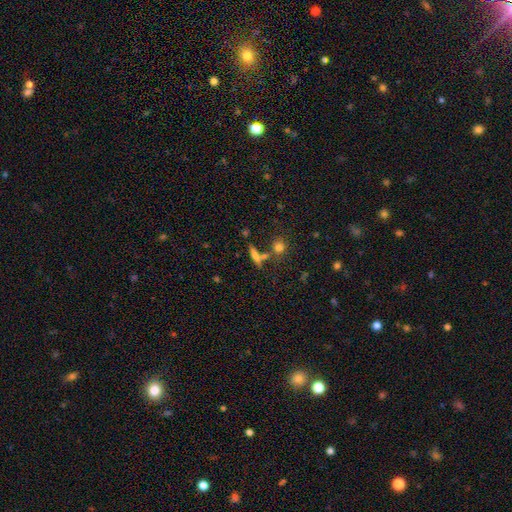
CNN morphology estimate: smooth-or-featured: smooth: 57% | featured or disk: 30% | star or artifact: 13%
  how-rounded: cigar-shaped: 67% | in between: 23% | round: 10%
  merging: none: 64% | merger: 19% | minor disturbance: 12% | major disturbance: 5%